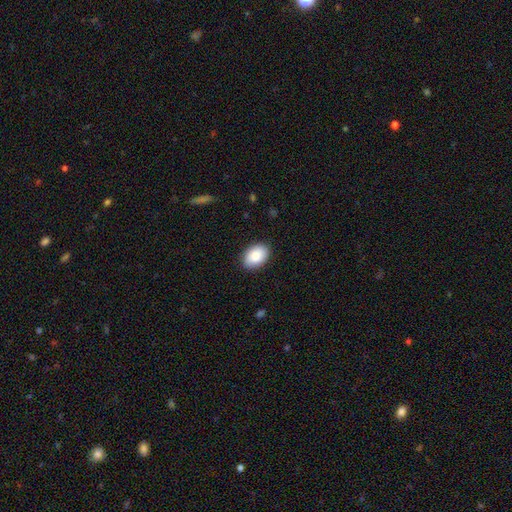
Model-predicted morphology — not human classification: Smooth or featured? Predicted: smooth (p=0.87). How rounded? Predicted: in between (p=0.85). Merging? Predicted: none (p=0.88).